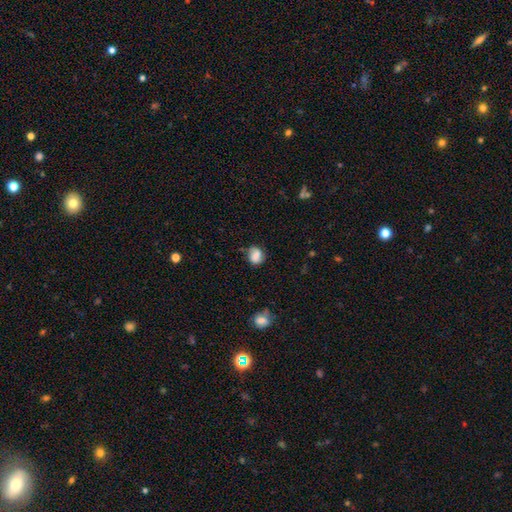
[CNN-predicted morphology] Smooth or featured? Predicted: smooth (p=0.71). How rounded? Predicted: round (p=0.55). Merging? Predicted: none (p=0.58).